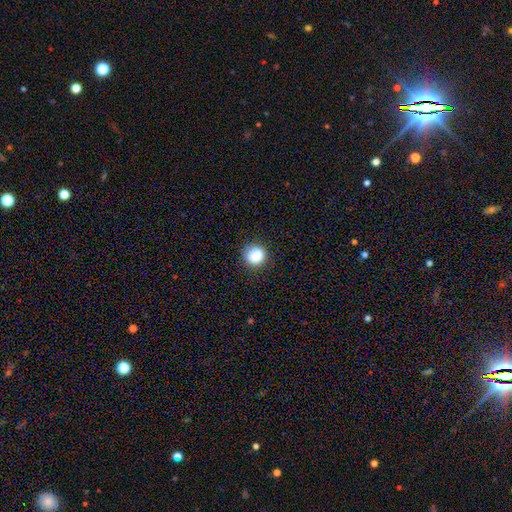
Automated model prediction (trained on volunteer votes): smooth 86%, star or artifact 10%, featured or disk 4%. Down the decision tree: how rounded — round (91%); merging — none (86%).